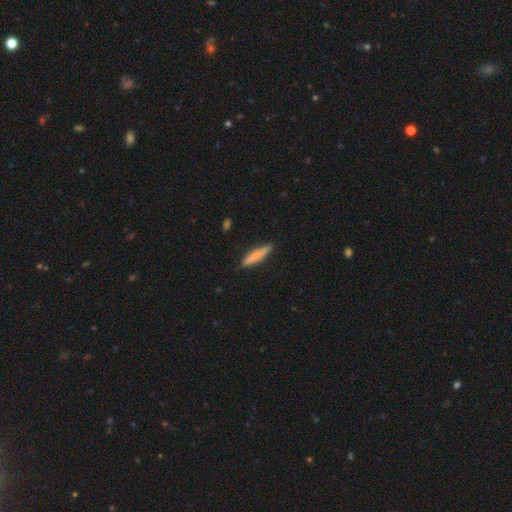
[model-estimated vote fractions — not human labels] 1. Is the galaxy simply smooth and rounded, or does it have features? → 66% smooth, 28% featured or disk, 6% star or artifact.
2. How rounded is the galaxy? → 87% cigar-shaped, 11% in between, 2% round.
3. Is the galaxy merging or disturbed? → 88% none, 9% minor disturbance, 2% major disturbance, 1% merger.